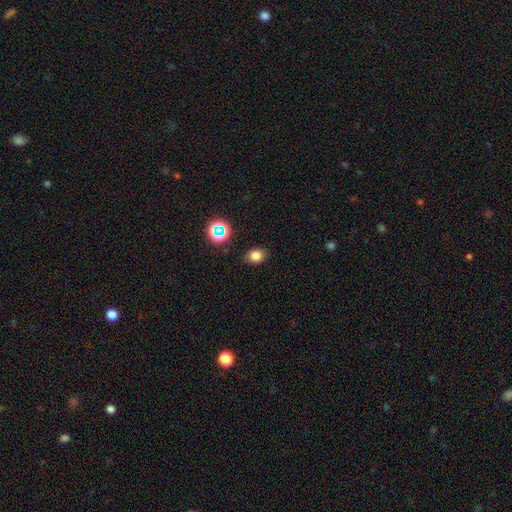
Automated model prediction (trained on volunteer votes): Morphology: type=smooth (79%); roundness=in between (56%); merging=none (85%).